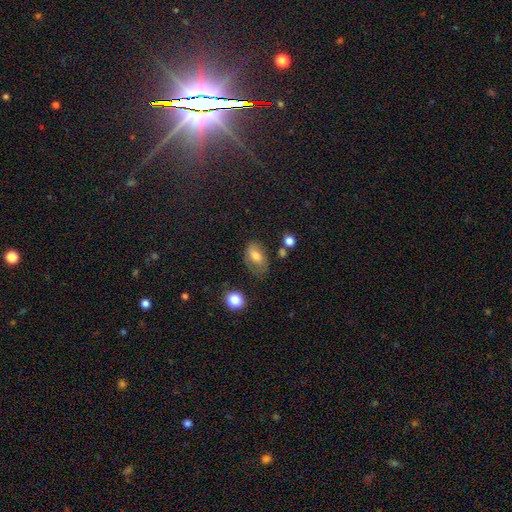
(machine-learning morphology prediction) The model was most divided on "merging": none: 56%, minor disturbance: 27%, major disturbance: 12%, merger: 4%. More confident: how rounded — in between (84%); smooth or featured — smooth (63%).